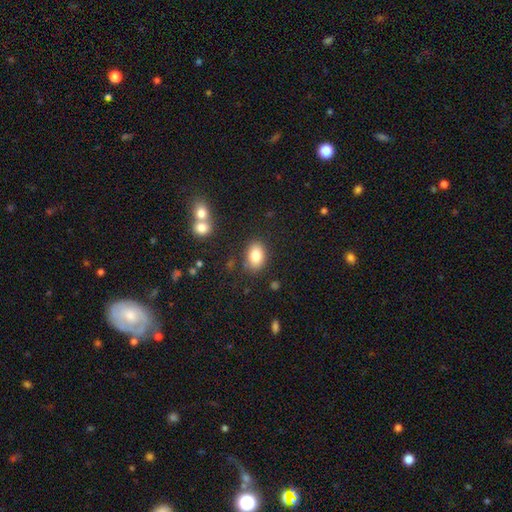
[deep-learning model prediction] Smooth or featured: smooth — 83% (featured or disk — 9%)
How rounded: in between — 81% (round — 18%)
Merging: none — 82% (minor disturbance — 11%)